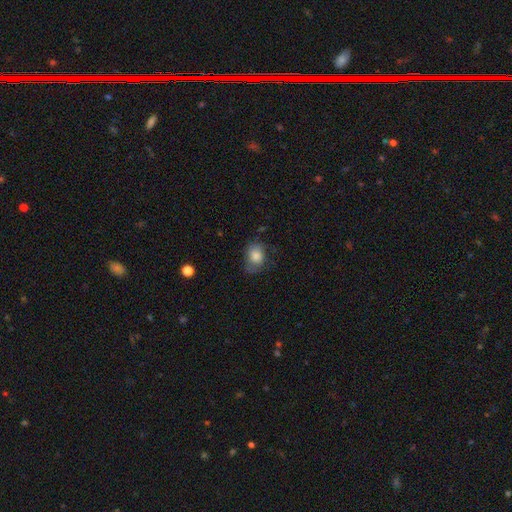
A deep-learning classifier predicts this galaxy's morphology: Overall: smooth (79%). How rounded: in between (61%; round 38%). Merging: none (54%; minor disturbance 30%).